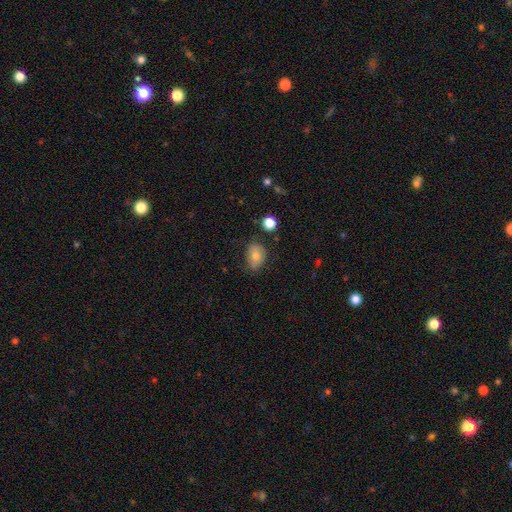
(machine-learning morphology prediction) Smooth or featured? smooth (75%)
How rounded? in between (72%)
Merging? none (63%)